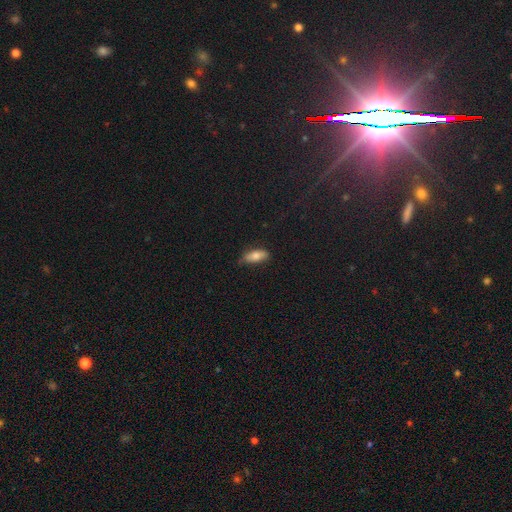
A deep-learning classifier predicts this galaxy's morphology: type=smooth (77%); roundness=in between (79%); merging=none (66%).